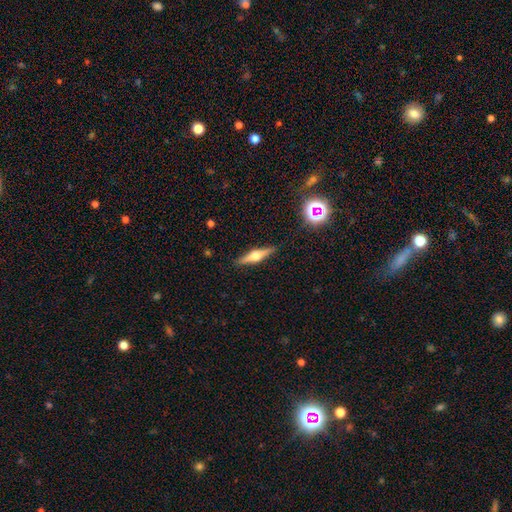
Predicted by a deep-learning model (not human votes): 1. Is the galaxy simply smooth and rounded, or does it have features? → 66% featured or disk, 26% smooth, 8% star or artifact.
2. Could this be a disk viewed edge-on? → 97% yes, 3% no.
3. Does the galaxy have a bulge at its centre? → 94% rounded, 4% boxy, 2% none.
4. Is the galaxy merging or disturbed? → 90% none, 7% minor disturbance, 2% major disturbance, 1% merger.